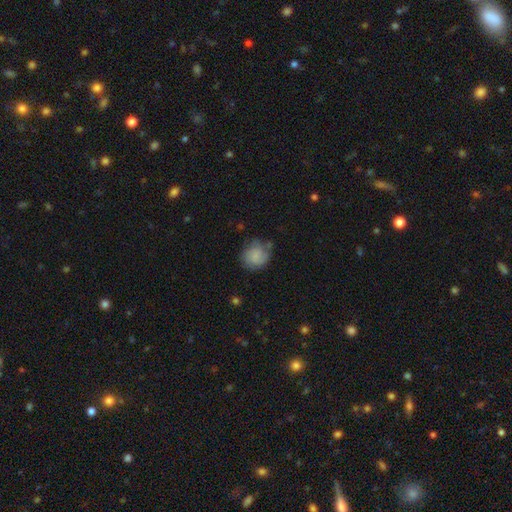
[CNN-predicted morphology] smooth 77%, featured or disk 15%, star or artifact 8%. Down the decision tree: how rounded — round (81%); merging — none (63%).